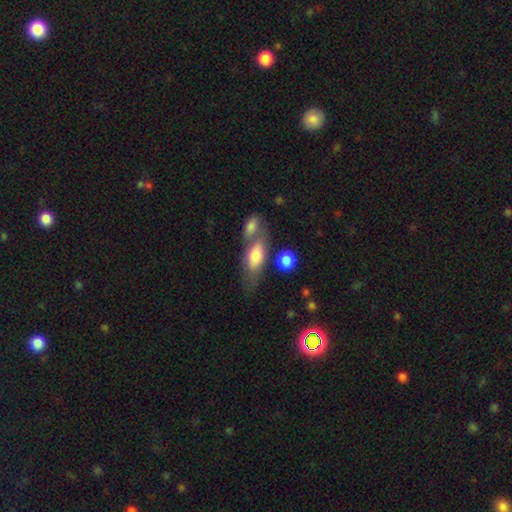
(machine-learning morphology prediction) A smooth galaxy with no disk features (71%) that is in between round and cigar-shaped (75%). Merging: none (43%).